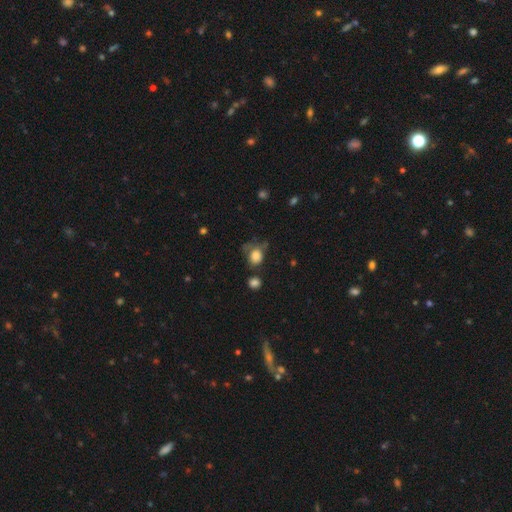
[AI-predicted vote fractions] Smooth or featured? smooth (79%)
How rounded? round (58%)
Merging? none (44%)